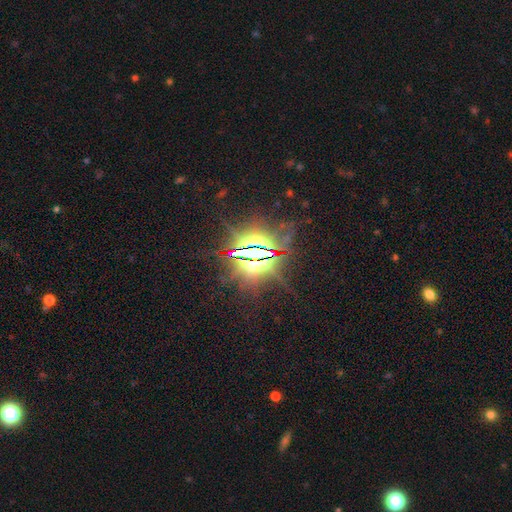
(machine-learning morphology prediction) Smooth or featured? Predicted: star or artifact (p=0.85).